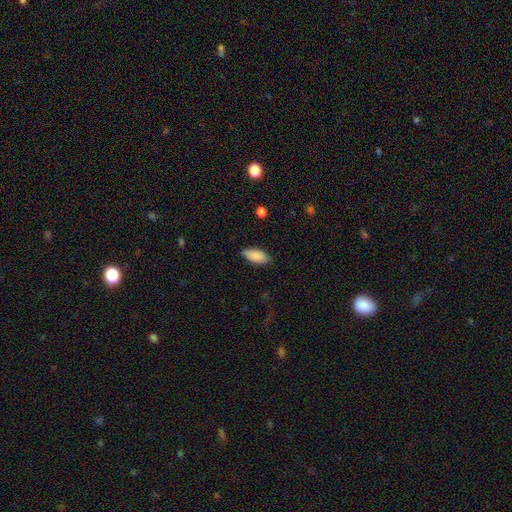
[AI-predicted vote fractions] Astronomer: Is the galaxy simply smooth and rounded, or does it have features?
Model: smooth — 88%.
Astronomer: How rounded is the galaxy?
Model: in between — 90%.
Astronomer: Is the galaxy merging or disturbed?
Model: none — 84%.